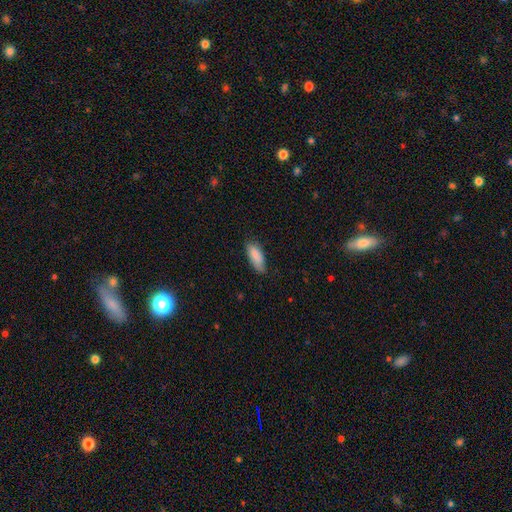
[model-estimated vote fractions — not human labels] The model was most divided on "merging": none: 72%, minor disturbance: 23%, major disturbance: 4%, merger: 1%. More confident: smooth or featured — smooth (87%); how rounded — in between (78%).